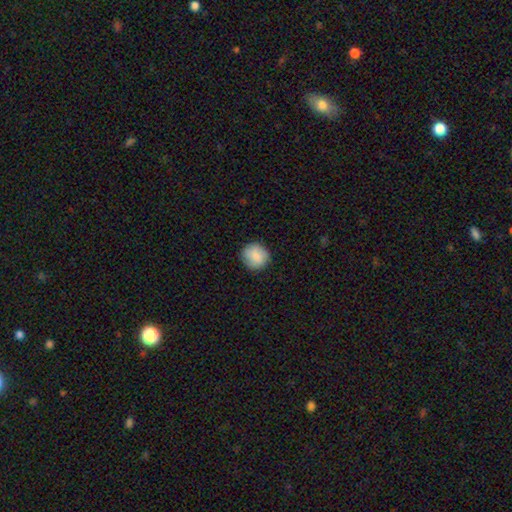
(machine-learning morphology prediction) This is clearly a smooth galaxy (87%). How rounded: clearly round (91%). Merging: clearly none (87%).